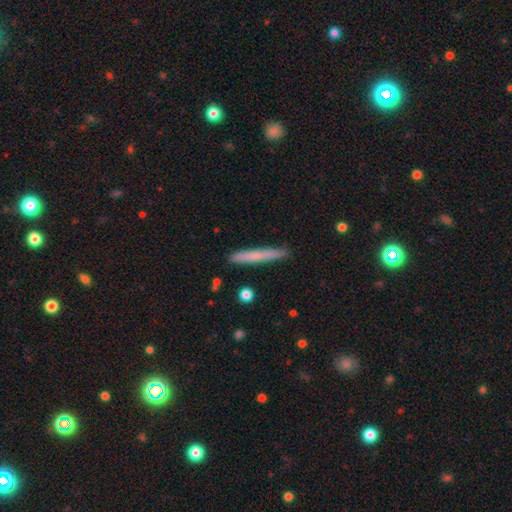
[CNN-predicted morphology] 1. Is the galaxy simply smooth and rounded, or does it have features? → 65% smooth, 29% featured or disk, 6% star or artifact.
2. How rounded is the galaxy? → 96% cigar-shaped, 3% in between, 1% round.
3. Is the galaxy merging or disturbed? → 88% none, 9% minor disturbance, 2% merger, 2% major disturbance.